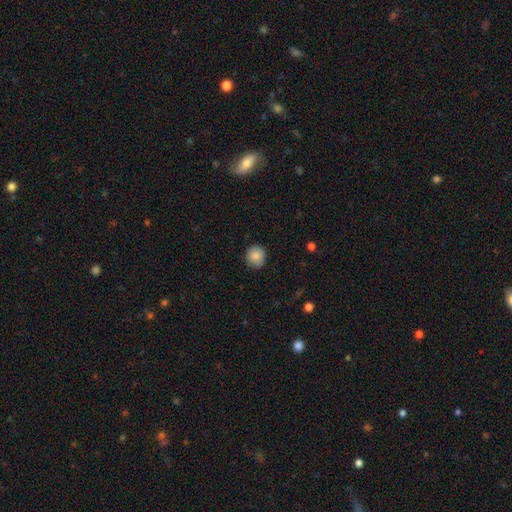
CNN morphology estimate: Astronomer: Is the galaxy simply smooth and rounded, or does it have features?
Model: smooth — 87%.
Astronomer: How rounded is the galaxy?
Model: round — 87%.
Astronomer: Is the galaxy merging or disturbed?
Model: none — 87%.